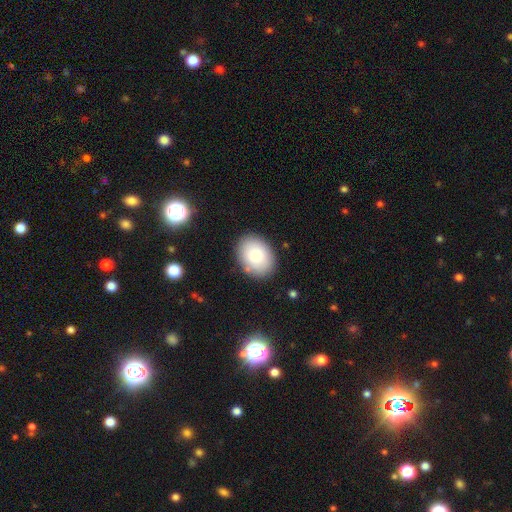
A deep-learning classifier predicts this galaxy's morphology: Overall: smooth (82%). How rounded: in between (71%). Merging: none (85%).